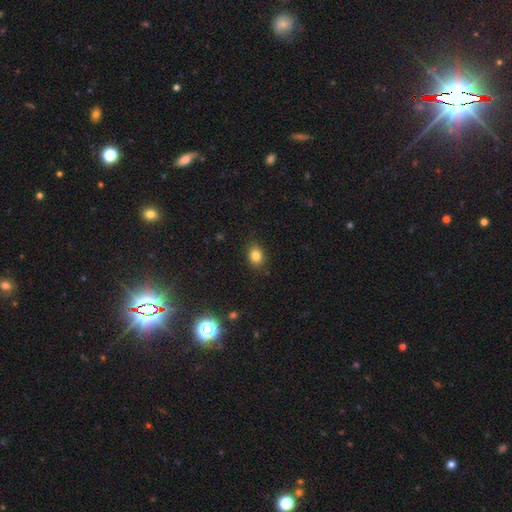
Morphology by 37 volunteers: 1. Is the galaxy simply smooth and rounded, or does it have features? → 92% smooth, 5% star or artifact, 3% featured or disk.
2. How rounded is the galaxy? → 50% round (tied), 50% in between (tied), 0% cigar-shaped.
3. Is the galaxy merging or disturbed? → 83% none, 14% minor disturbance, 3% major disturbance, 0% merger.